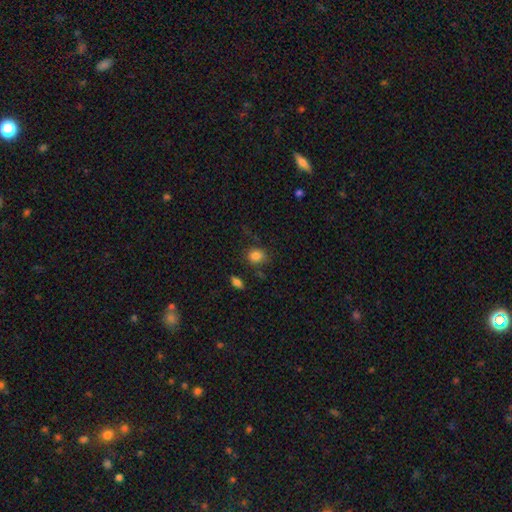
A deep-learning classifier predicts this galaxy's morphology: Smooth or featured: smooth — 84% (star or artifact — 11%)
How rounded: round — 50% (in between — 49%)
Merging: none — 72% (minor disturbance — 17%)